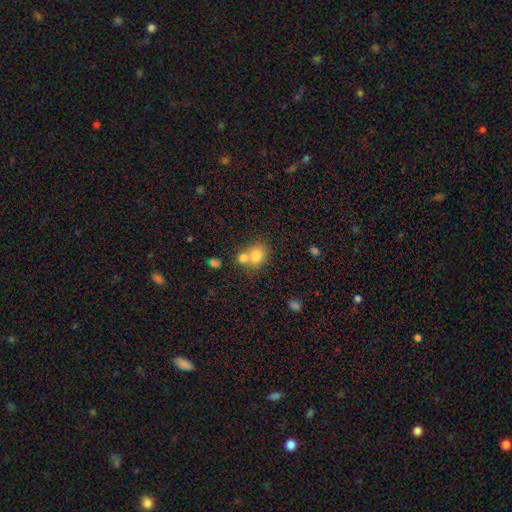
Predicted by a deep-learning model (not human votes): Smooth or featured?
  - smooth: 77% *
  - featured or disk: 12%
  - star or artifact: 11%
How rounded?
  - round: 60% *
  - in between: 39%
  - cigar-shaped: 1%
Merging?
  - merger: 46% *
  - none: 42%
  - minor disturbance: 9%
  - major disturbance: 3%